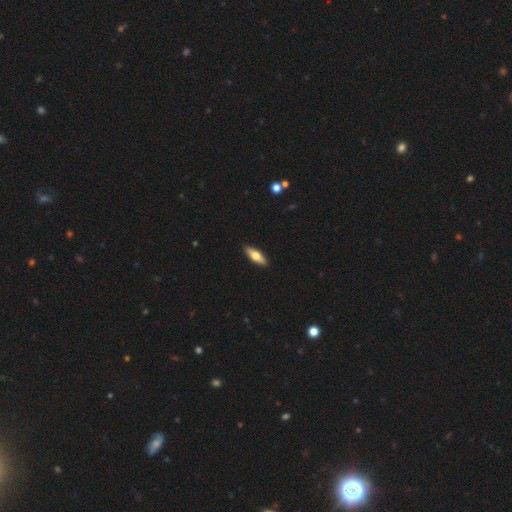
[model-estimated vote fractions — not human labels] This is likely a smooth galaxy (61%). How rounded: possibly in between (56%). Merging: clearly none (91%).